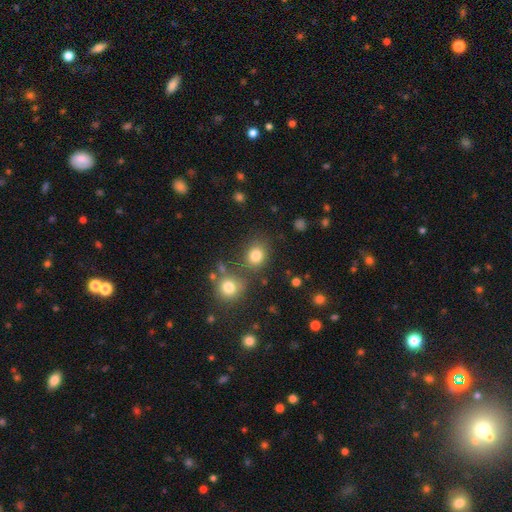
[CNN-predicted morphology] Q: Smooth or featured?
A: smooth (80%); runner-up: star or artifact (14%)
Q: How rounded?
A: round (70%); runner-up: in between (29%)
Q: Merging?
A: none (71%); runner-up: merger (14%)